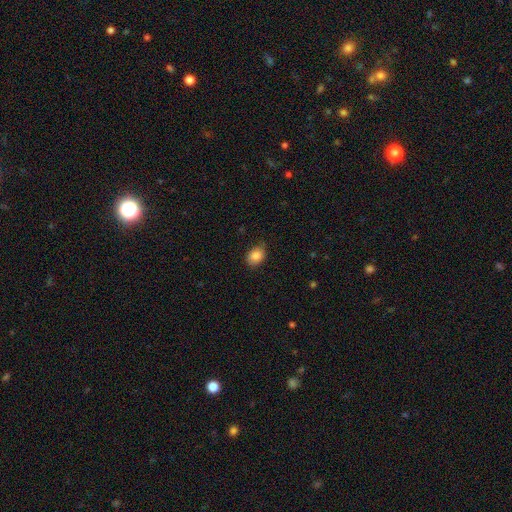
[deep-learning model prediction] Smooth or featured: smooth — 85% (star or artifact — 8%)
How rounded: in between — 68% (round — 31%)
Merging: none — 77% (minor disturbance — 19%)